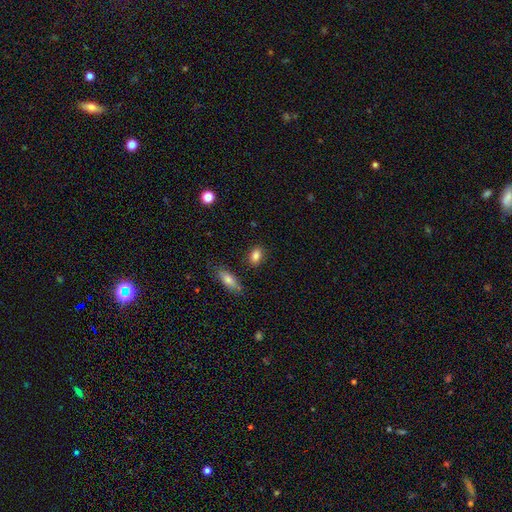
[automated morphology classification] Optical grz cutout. It shows a smooth galaxy with no disk features (85%) that is in between round and cigar-shaped (80%). Merging: none (85%).